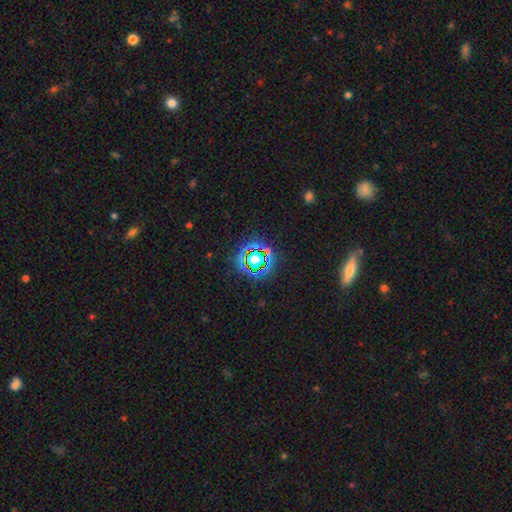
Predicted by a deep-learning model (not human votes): Smooth or featured? star or artifact (71%)